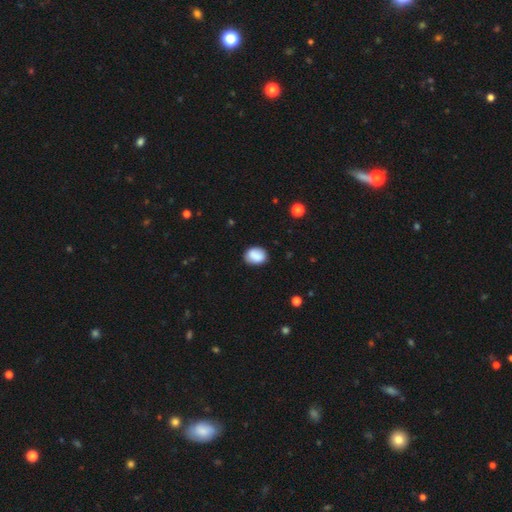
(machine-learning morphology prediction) Smooth or featured? Predicted: smooth (p=0.86). How rounded? Predicted: in between (p=0.60). Merging? Predicted: none (p=0.81).